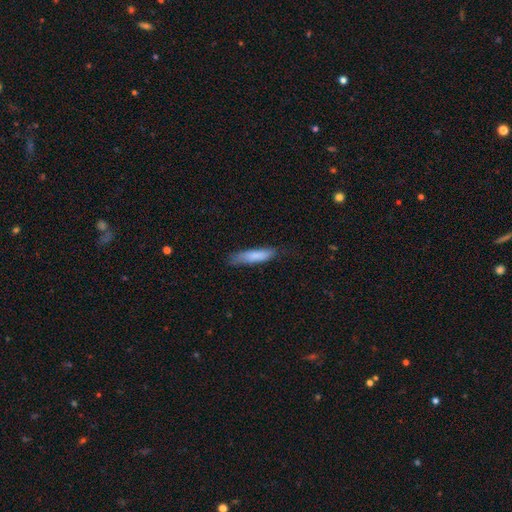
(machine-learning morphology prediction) Smooth or featured? smooth (82%)
How rounded? cigar-shaped (75%)
Merging? none (68%)